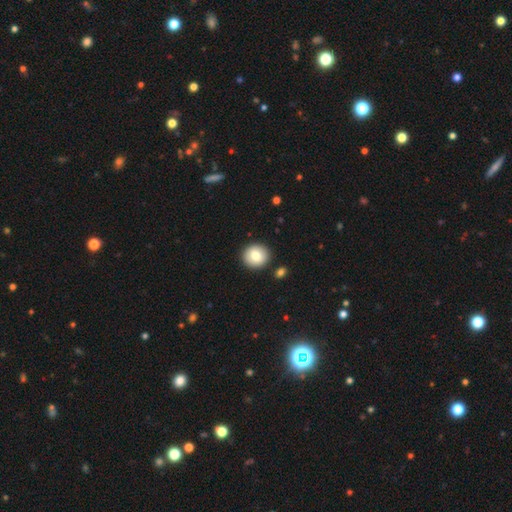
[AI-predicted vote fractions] smooth-or-featured: smooth: 80% | featured or disk: 13% | star or artifact: 8%
  how-rounded: round: 87% | in between: 12% | cigar-shaped: 1%
  merging: none: 90% | minor disturbance: 6% | merger: 3% | major disturbance: 2%